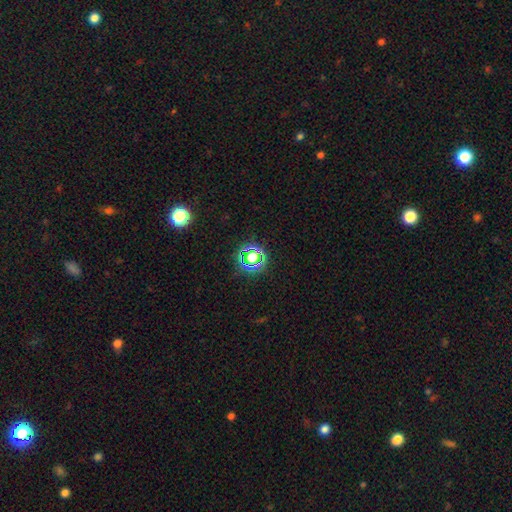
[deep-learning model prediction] The model was most divided on "smooth or featured": star or artifact: 59%, smooth: 32%, featured or disk: 10%.